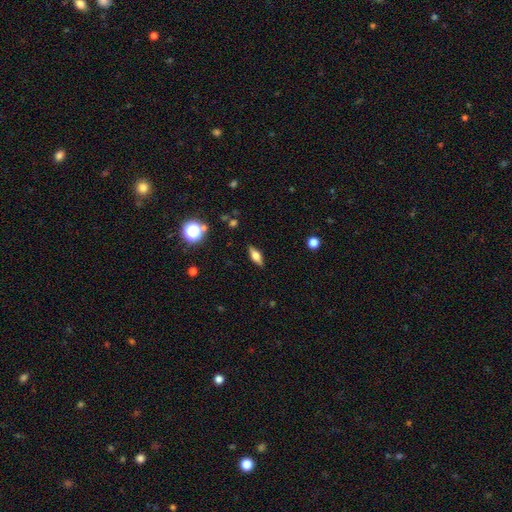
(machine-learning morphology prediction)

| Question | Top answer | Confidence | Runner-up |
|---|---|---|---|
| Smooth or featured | featured or disk | 47% | smooth (43%) |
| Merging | none | 87% | minor disturbance (10%) |